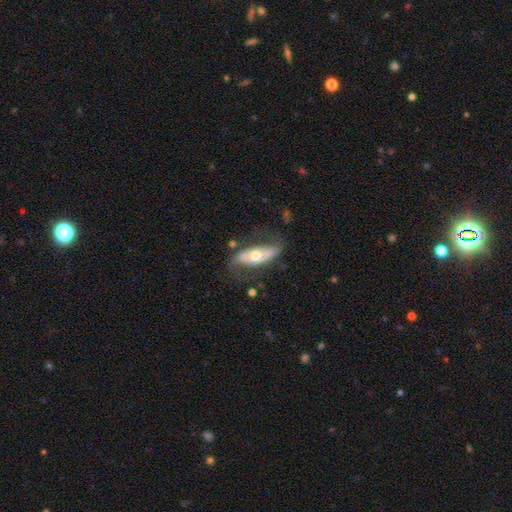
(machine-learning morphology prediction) featured or disk 67%, smooth 28%, star or artifact 6%. Down the decision tree: edge-on disk — no (75%); merging — none (59%).